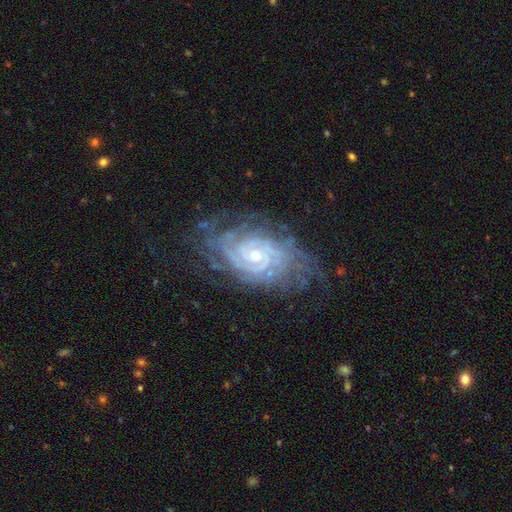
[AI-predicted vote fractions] Smooth or featured: featured or disk — 90% (star or artifact — 6%)
Edge-on disk: no — 97% (yes — 3%)
Bar: no — 63% (weak — 27%)
Spiral arms: yes — 98% (no — 2%)
Spiral winding: tight — 80% (medium — 17%)
Spiral arm count: 2 — 27% (can't tell — 26%)
Bulge size: small — 58% (moderate — 38%)
Merging: none — 69% (minor disturbance — 20%)